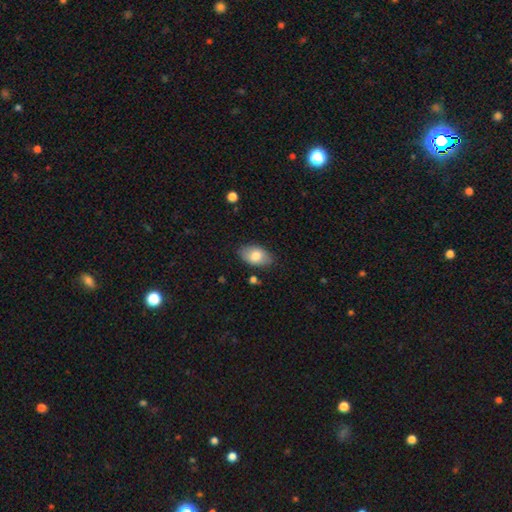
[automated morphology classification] Smooth or featured?
  - smooth: 79% *
  - featured or disk: 15%
  - star or artifact: 6%
How rounded?
  - in between: 92% *
  - round: 6%
  - cigar-shaped: 1%
Merging?
  - none: 82% *
  - minor disturbance: 14%
  - major disturbance: 3%
  - merger: 2%